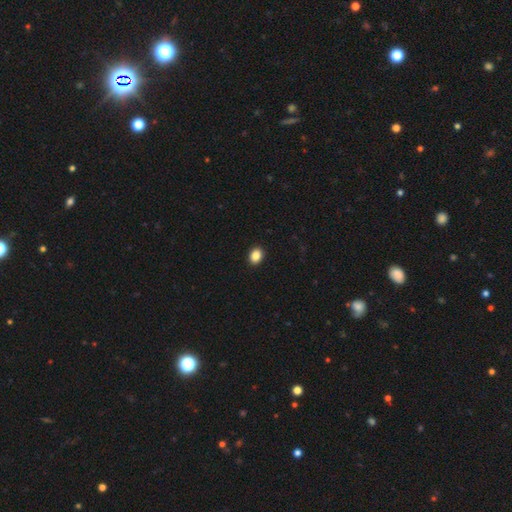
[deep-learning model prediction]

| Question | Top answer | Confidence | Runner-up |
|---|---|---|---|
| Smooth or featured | smooth | 87% | star or artifact (9%) |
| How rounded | in between | 58% | round (41%) |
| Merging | none | 92% | minor disturbance (5%) |